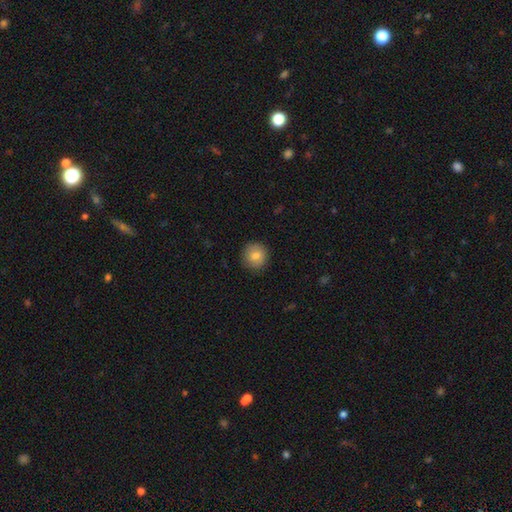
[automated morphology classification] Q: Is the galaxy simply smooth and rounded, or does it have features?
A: smooth — 82%.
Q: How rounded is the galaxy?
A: round — 92%.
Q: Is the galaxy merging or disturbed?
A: none — 88%.